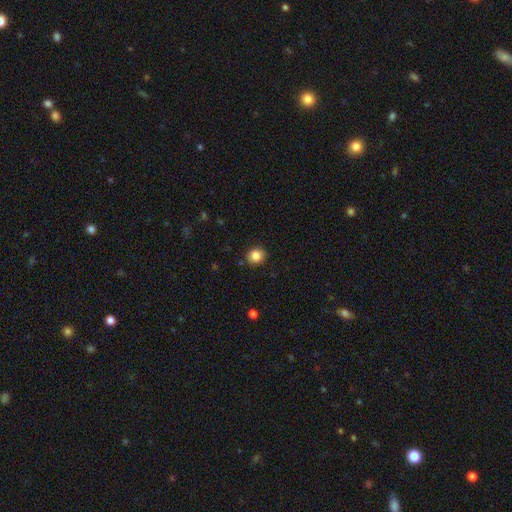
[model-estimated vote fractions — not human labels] Overall: smooth (85%). How rounded: round (83%). Merging: none (88%).